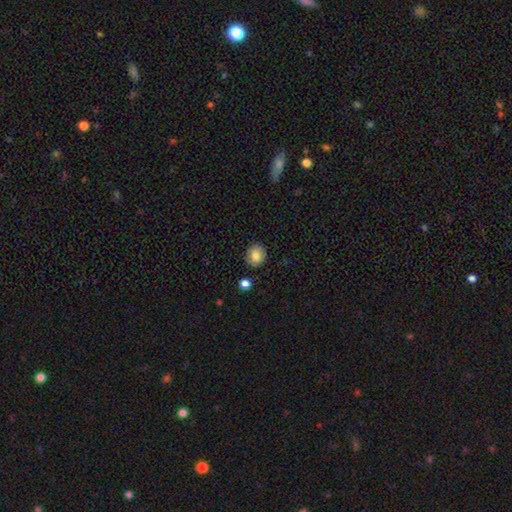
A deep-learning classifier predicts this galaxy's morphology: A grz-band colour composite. It shows a smooth galaxy with no disk features (80%) that is round (80%). Merging: none (86%).